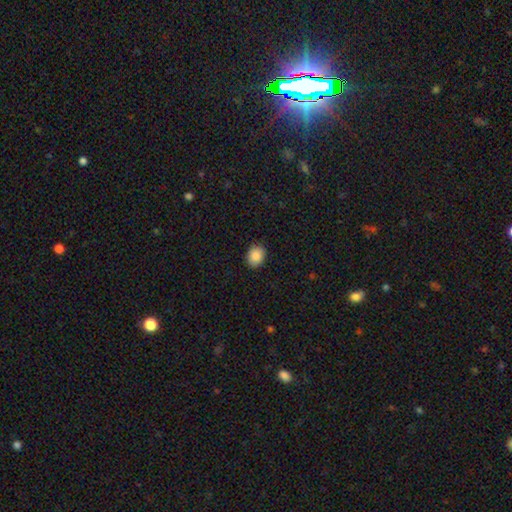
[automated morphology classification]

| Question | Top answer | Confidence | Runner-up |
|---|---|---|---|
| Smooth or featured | smooth | 88% | star or artifact (8%) |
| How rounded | in between | 55% | round (44%) |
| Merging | none | 88% | minor disturbance (9%) |